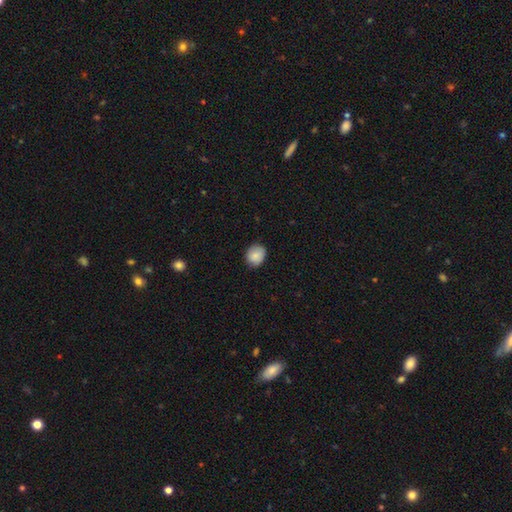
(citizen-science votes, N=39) Smooth or featured?
  - smooth: 82% *
  - star or artifact: 10%
  - featured or disk: 8%
How rounded?
  - round: 62% *
  - in between: 38%
  - cigar-shaped: 0%
Merging?
  - none: 83% *
  - minor disturbance: 11%
  - major disturbance: 3%
  - merger: 3%